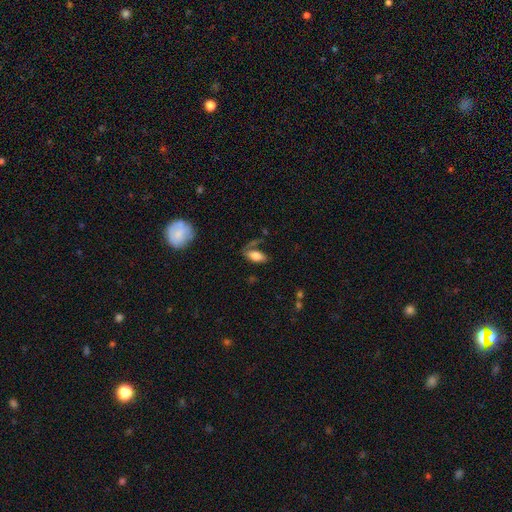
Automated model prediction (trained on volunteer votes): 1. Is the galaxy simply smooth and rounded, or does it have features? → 75% smooth, 17% featured or disk, 9% star or artifact.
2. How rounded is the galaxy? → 87% in between, 9% cigar-shaped, 3% round.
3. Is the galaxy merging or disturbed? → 56% none, 20% minor disturbance, 14% major disturbance, 10% merger.